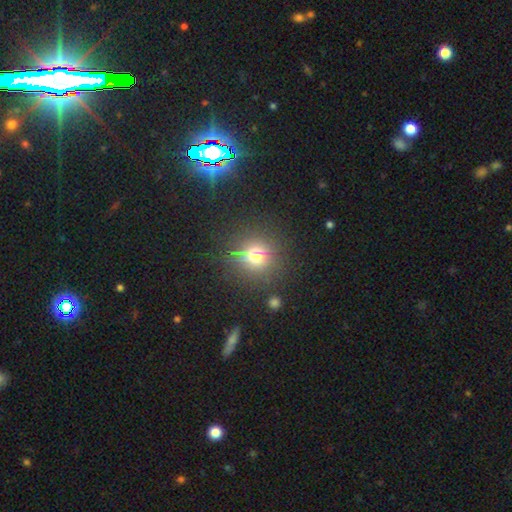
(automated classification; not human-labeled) smooth 66%, star or artifact 24%, featured or disk 10%. Down the decision tree: how rounded — round (92%); merging — none (86%).